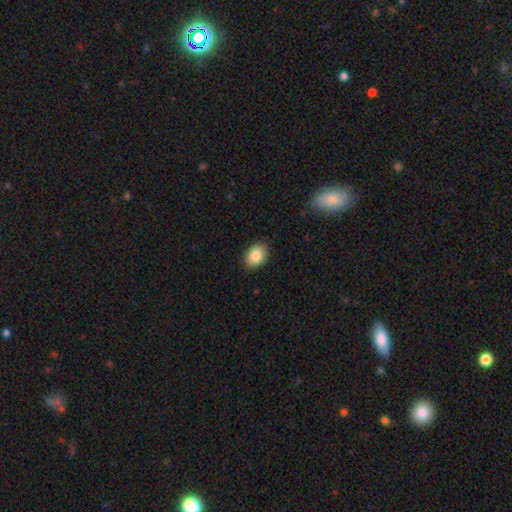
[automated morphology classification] The model was most divided on "how rounded": in between: 81%, round: 18%, cigar-shaped: 1%. More confident: merging — none (89%); smooth or featured — smooth (86%).